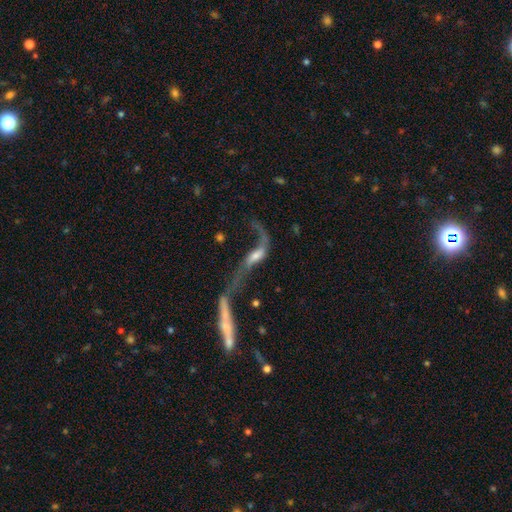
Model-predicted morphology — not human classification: Overall: featured or disk (71%). Edge-on disk: no (79%). Bar: no (52%; weak 31%). Spiral arms: yes (68%; no 32%). Bulge size: moderate (38%; small 31%). Merging: merger (55%; major disturbance 24%).